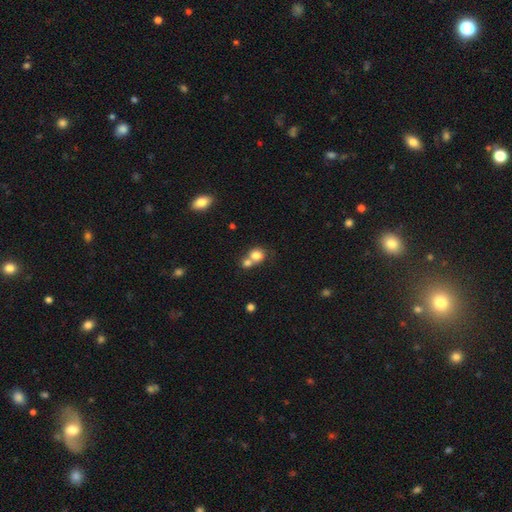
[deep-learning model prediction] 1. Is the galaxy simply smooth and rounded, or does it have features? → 79% smooth, 11% featured or disk, 10% star or artifact.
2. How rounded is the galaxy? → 75% round, 24% in between, 1% cigar-shaped.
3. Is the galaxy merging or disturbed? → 54% merger, 35% none, 7% minor disturbance, 3% major disturbance.